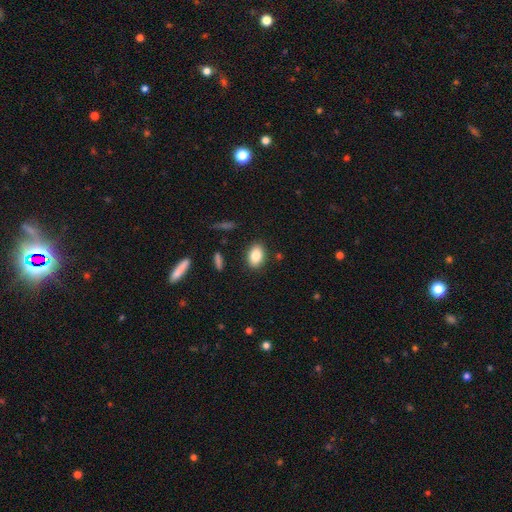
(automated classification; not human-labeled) A smooth galaxy with no disk features (84%) that is in between round and cigar-shaped (85%).

Vote fractions:
- Smooth or featured? smooth: 84% / star or artifact: 8% / featured or disk: 8%
- How rounded? in between: 85% / round: 14% / cigar-shaped: 2%
- Merging? none: 87% / minor disturbance: 9% / major disturbance: 2% / merger: 2%